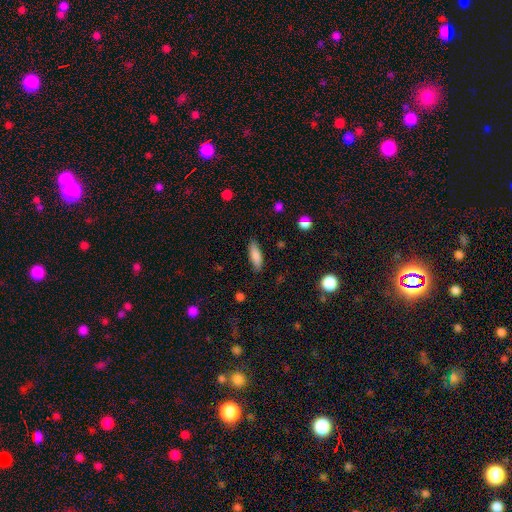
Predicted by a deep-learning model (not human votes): The model was most divided on "how rounded": in between: 57%, cigar-shaped: 41%, round: 2%. More confident: merging — none (84%); smooth or featured — smooth (83%).